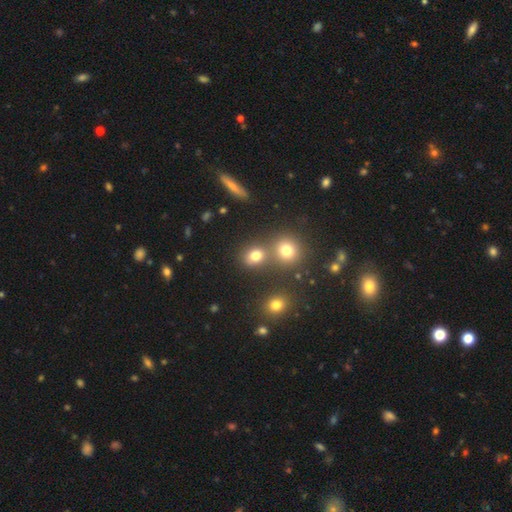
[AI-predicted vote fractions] The model was most divided on "merging": none: 60%, merger: 27%, minor disturbance: 9%, major disturbance: 4%. More confident: smooth or featured — smooth (75%); how rounded — round (72%).